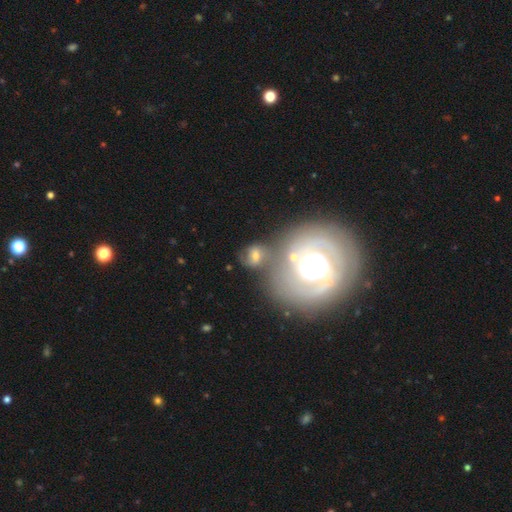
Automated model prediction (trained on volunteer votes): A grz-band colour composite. It shows a featured or disk galaxy (49%). Merging: none (44%).